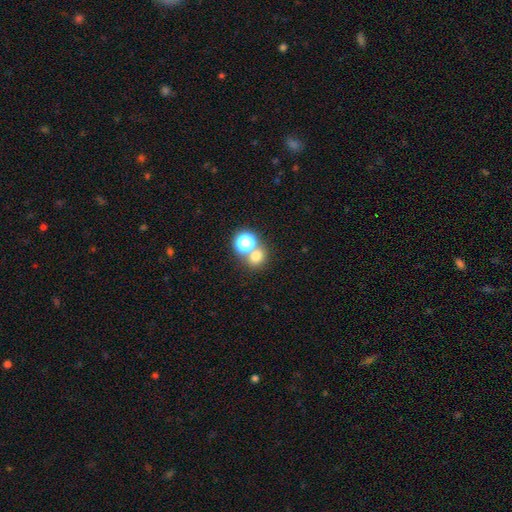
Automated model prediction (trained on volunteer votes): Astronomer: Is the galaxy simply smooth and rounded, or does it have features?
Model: smooth — 70%.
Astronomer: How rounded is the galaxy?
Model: round — 77%.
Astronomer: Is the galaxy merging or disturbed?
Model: none — 59%.